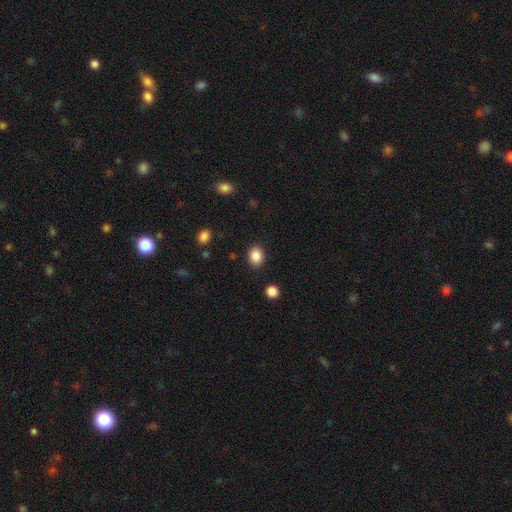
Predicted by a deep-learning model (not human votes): Overall: smooth (87%). How rounded: in between (57%; round 42%). Merging: none (87%).